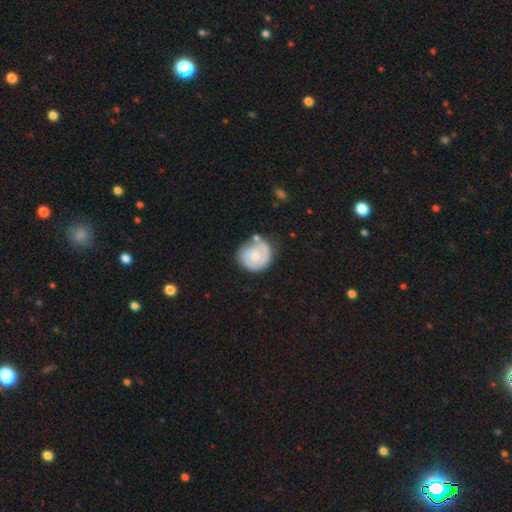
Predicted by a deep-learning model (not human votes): A smooth galaxy with no disk features (50%) that is round (82%). Merging: none (57%).